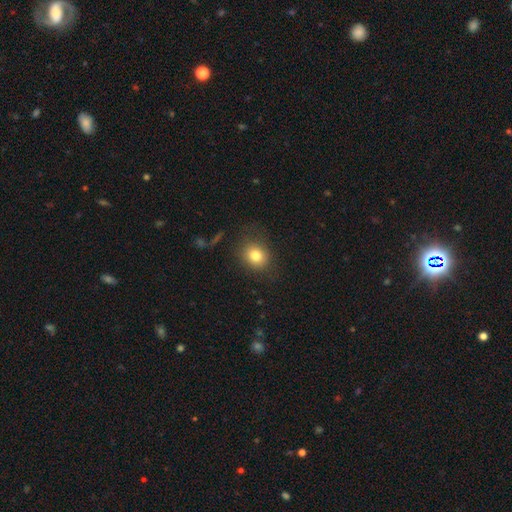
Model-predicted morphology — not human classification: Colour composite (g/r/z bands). It shows a smooth galaxy with no disk features (79%) that is round (66%). Merging: none (80%).